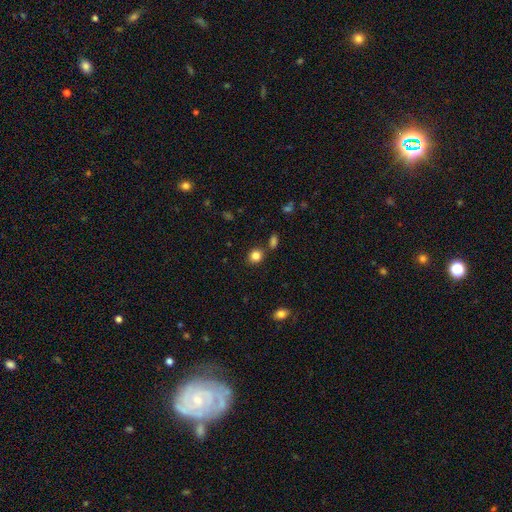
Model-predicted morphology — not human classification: smooth-or-featured: smooth: 83% | star or artifact: 11% | featured or disk: 5%
  how-rounded: round: 79% | in between: 20% | cigar-shaped: 1%
  merging: none: 81% | minor disturbance: 9% | merger: 7% | major disturbance: 3%